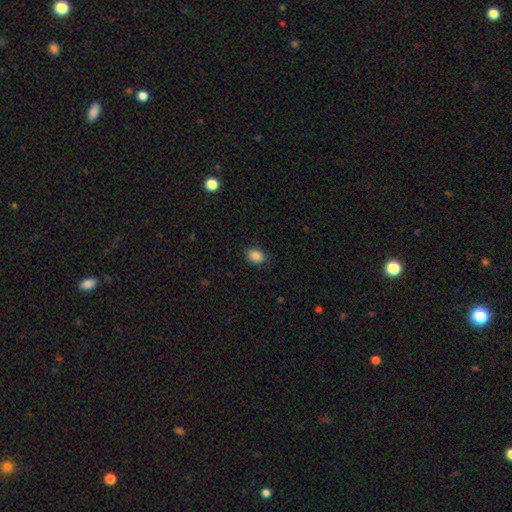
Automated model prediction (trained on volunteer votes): This is clearly a smooth galaxy (88%). How rounded: likely in between (72%). Merging: clearly none (85%).